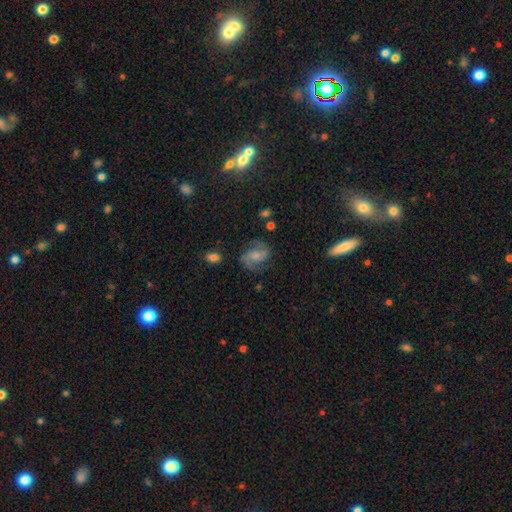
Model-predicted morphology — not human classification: This is likely a featured or disk galaxy (62%). It is clearly not viewed edge-on (97%). Bar: possibly no (47%). Spiral arm pattern: clearly yes (89%). Spiral arm count: clearly 2 (87%). Spiral winding: marginally medium (45%). Central bulge: marginally small (41%). Merging: likely none (67%).